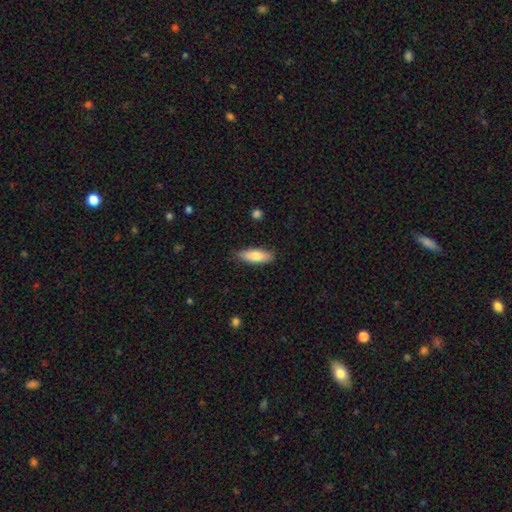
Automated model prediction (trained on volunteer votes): smooth_or_featured: smooth (p=0.76) [alt: featured or disk p=0.18]
how_rounded: in between (p=0.59) [alt: cigar-shaped p=0.39]
merging: none (p=0.85) [alt: minor disturbance p=0.11]